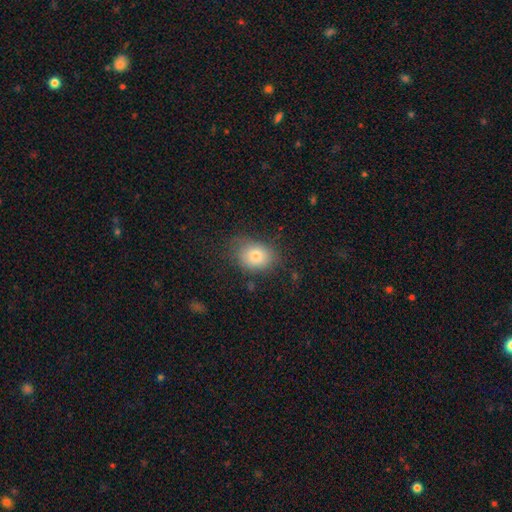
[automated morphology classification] Smooth or featured: smooth — 79% (featured or disk — 11%)
How rounded: in between — 52% (round — 47%)
Merging: none — 68% (minor disturbance — 23%)